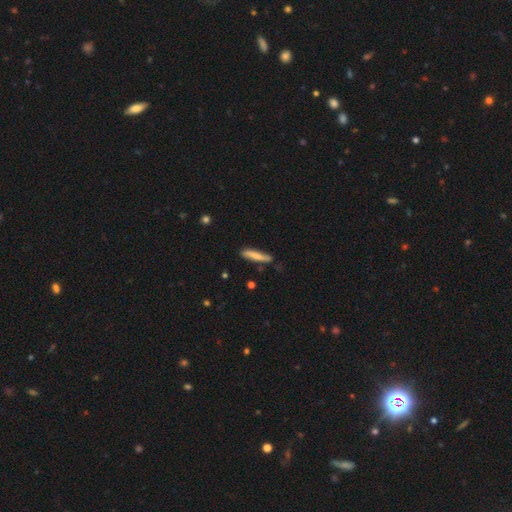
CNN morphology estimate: smooth_or_featured: smooth (p=0.72) [alt: featured or disk p=0.22]
how_rounded: cigar-shaped (p=0.89) [alt: in between p=0.09]
merging: none (p=0.74) [alt: minor disturbance p=0.19]